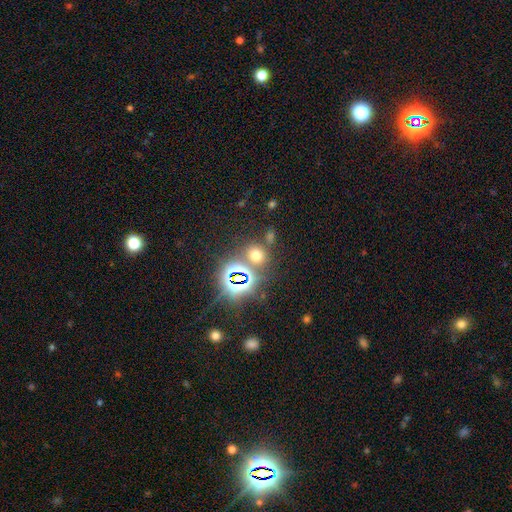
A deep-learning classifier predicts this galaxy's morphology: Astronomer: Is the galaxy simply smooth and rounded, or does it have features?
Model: smooth — 55% (runner-up: star or artifact, 38%).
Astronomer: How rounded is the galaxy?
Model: round — 74%.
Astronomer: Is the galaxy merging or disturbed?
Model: none — 74%.